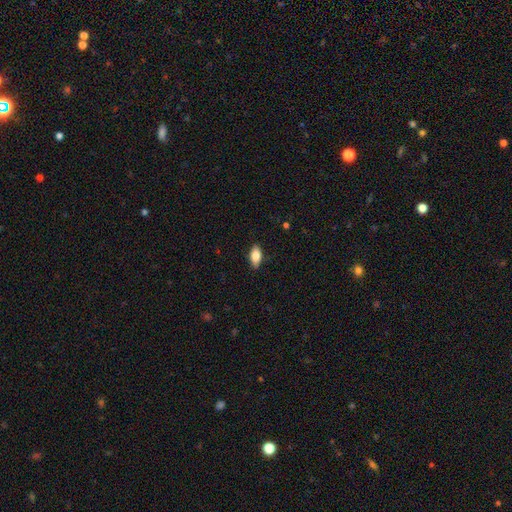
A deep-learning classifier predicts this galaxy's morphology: smooth_or_featured: smooth (p=0.80) [alt: featured or disk p=0.13]
how_rounded: in between (p=0.89) [alt: cigar-shaped p=0.08]
merging: none (p=0.86) [alt: minor disturbance p=0.11]